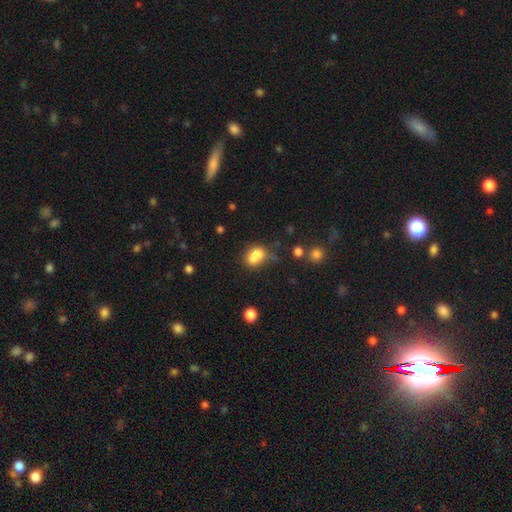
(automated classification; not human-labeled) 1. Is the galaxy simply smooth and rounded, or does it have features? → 70% smooth, 18% featured or disk, 12% star or artifact.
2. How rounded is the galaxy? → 53% round, 46% in between, 1% cigar-shaped.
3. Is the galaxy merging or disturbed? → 59% merger, 25% none, 10% minor disturbance, 6% major disturbance.